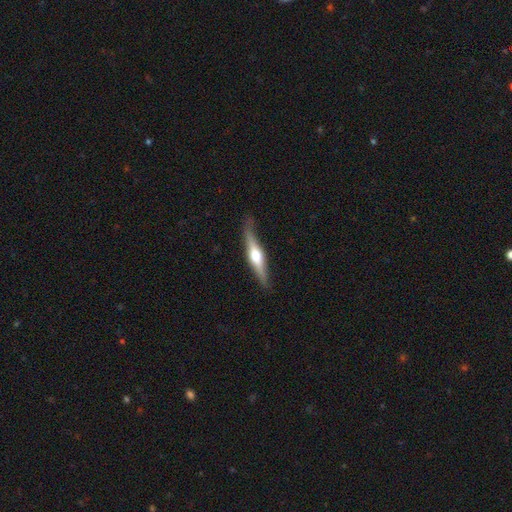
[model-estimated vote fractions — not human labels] This appears to be a featured or disk galaxy (69%) viewed edge-on (96%) with a rounded central bulge (92%). Merging: none (83%).